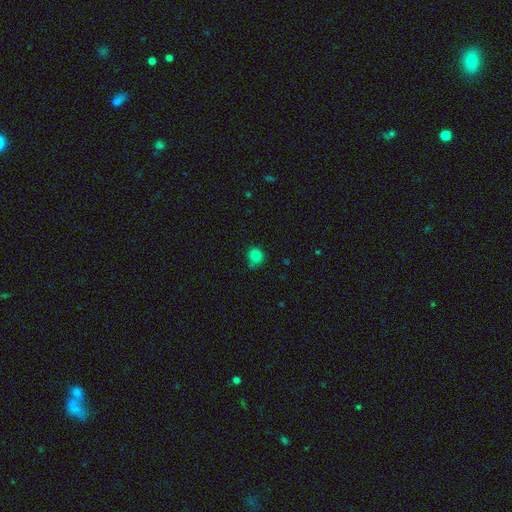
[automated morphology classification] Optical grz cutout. It shows a smooth galaxy with no disk features (82%) that is round (88%). Merging: none (70%).